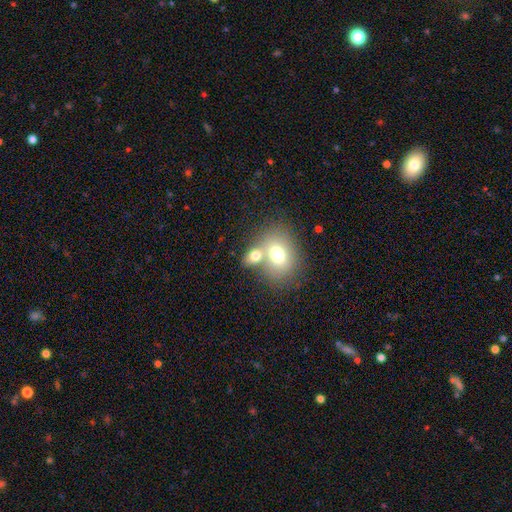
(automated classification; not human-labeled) Smooth or featured?
  - smooth: 72% *
  - featured or disk: 19%
  - star or artifact: 10%
How rounded?
  - in between: 63% *
  - round: 35%
  - cigar-shaped: 2%
Merging?
  - merger: 54% *
  - none: 34%
  - minor disturbance: 8%
  - major disturbance: 4%